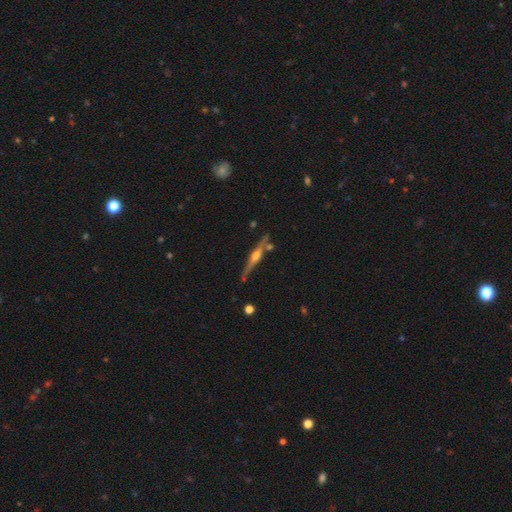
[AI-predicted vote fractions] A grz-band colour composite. It shows a featured or disk galaxy (80%) viewed edge-on (98%) with a rounded central bulge (90%). Merging: none (80%).